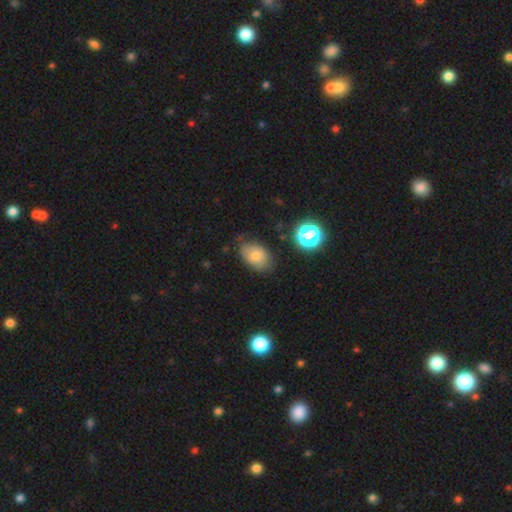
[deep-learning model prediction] A smooth galaxy with no disk features (76%) that is in between round and cigar-shaped (82%). Merging: none (71%).